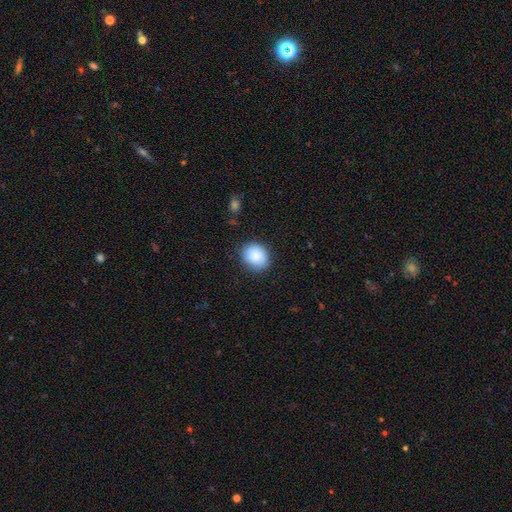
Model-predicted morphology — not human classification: type=smooth (88%); roundness=round (60%); merging=none (84%).